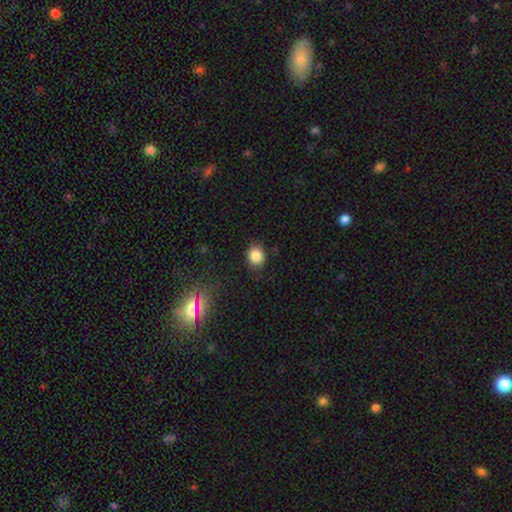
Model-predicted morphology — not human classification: Smooth or featured?
  - smooth: 83% *
  - star or artifact: 12%
  - featured or disk: 5%
How rounded?
  - round: 62% *
  - in between: 37%
  - cigar-shaped: 1%
Merging?
  - none: 84% *
  - minor disturbance: 12%
  - major disturbance: 3%
  - merger: 1%